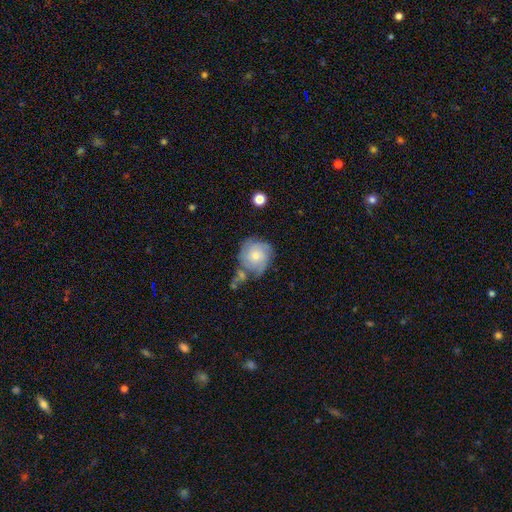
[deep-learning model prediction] smooth_or_featured: featured or disk (p=0.50) [alt: smooth p=0.43]
merging: none (p=0.48) [alt: minor disturbance p=0.23]